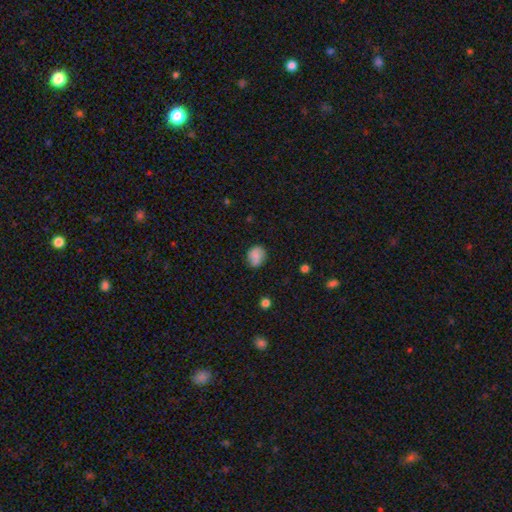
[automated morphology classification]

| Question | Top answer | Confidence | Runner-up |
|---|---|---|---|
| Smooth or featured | smooth | 81% | featured or disk (10%) |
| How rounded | round | 60% | in between (39%) |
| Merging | none | 69% | minor disturbance (22%) |